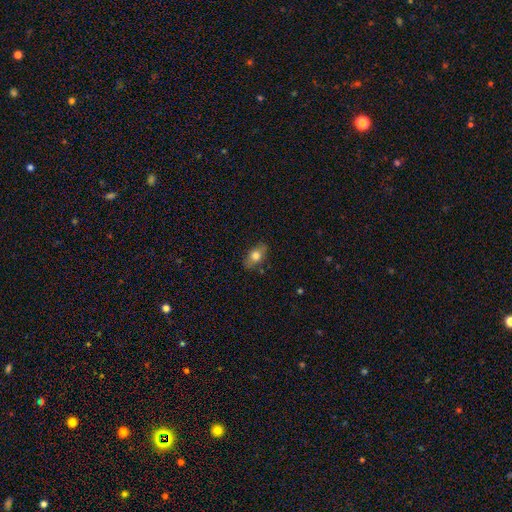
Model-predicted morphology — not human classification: Smooth or featured: smooth — 72% (featured or disk — 20%)
How rounded: in between — 86% (round — 9%)
Merging: none — 81% (minor disturbance — 14%)